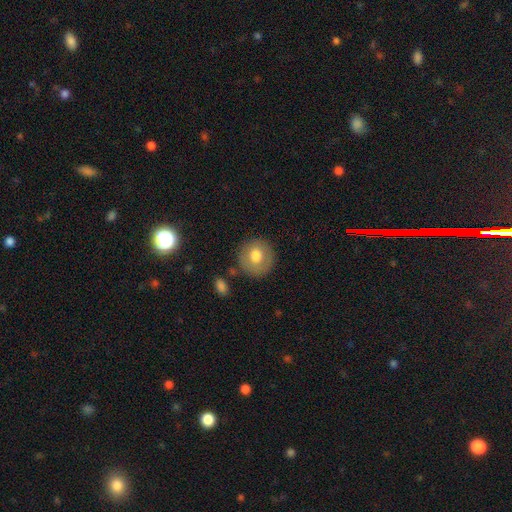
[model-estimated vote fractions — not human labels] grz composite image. It shows a smooth galaxy with no disk features (73%) that is round (92%). Merging: none (83%).